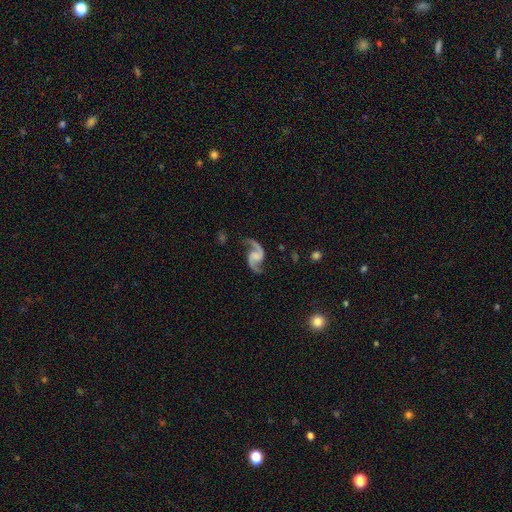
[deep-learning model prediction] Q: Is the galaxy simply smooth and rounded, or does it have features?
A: featured or disk — 92%.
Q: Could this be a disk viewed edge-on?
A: no — 98%.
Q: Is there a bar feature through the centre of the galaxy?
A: no — 49%.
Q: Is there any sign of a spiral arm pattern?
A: yes — 98%.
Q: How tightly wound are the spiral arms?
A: loose — 60%.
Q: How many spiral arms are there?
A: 2 — 94%.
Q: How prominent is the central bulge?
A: none — 59%.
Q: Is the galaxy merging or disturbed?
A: none — 77%.